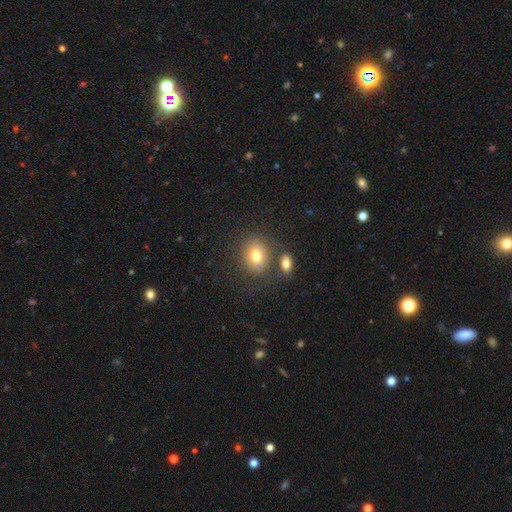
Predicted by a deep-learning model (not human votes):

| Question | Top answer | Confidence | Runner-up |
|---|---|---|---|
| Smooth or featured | smooth | 76% | featured or disk (13%) |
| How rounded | round | 56% | in between (43%) |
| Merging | none | 65% | merger (17%) |